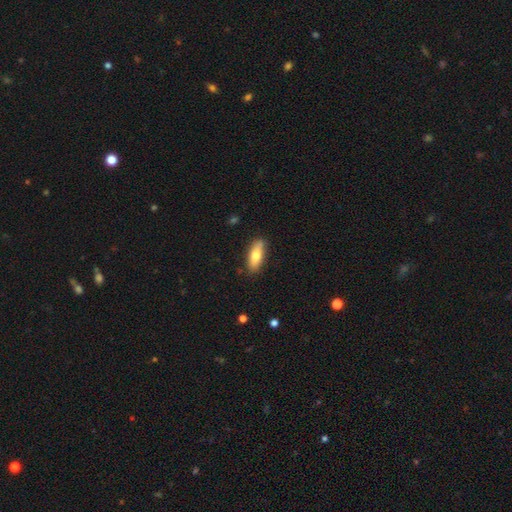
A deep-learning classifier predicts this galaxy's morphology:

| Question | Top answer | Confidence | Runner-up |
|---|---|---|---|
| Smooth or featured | smooth | 72% | featured or disk (22%) |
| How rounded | in between | 66% | cigar-shaped (31%) |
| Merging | none | 81% | minor disturbance (15%) |